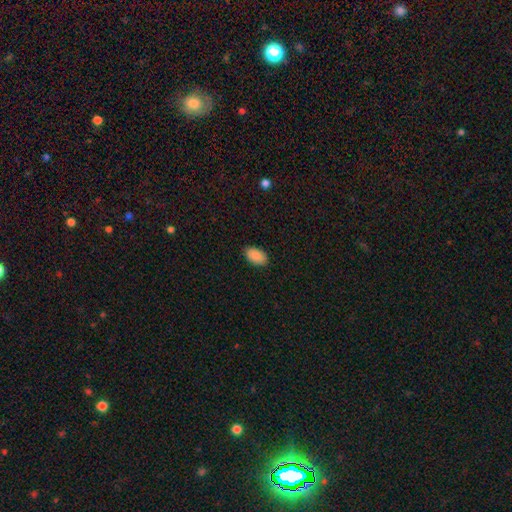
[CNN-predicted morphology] smooth_or_featured: smooth (p=0.89) [alt: star or artifact p=0.07]
how_rounded: in between (p=0.94) [alt: round p=0.04]
merging: none (p=0.89) [alt: minor disturbance p=0.08]